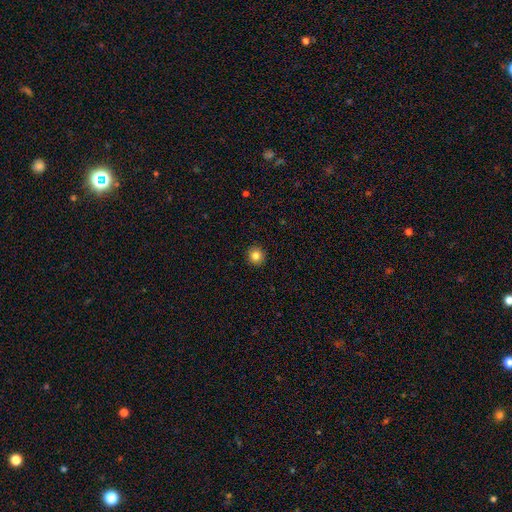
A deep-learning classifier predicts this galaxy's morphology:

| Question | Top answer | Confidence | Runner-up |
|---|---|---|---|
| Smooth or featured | smooth | 84% | star or artifact (10%) |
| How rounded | round | 93% | in between (6%) |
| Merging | none | 93% | minor disturbance (5%) |